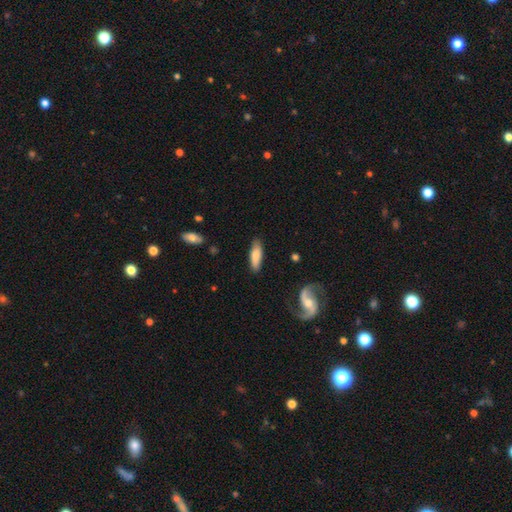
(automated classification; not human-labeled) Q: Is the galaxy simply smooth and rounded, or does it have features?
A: smooth — 74%.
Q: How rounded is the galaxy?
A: cigar-shaped — 51%.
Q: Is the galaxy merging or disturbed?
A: none — 82%.